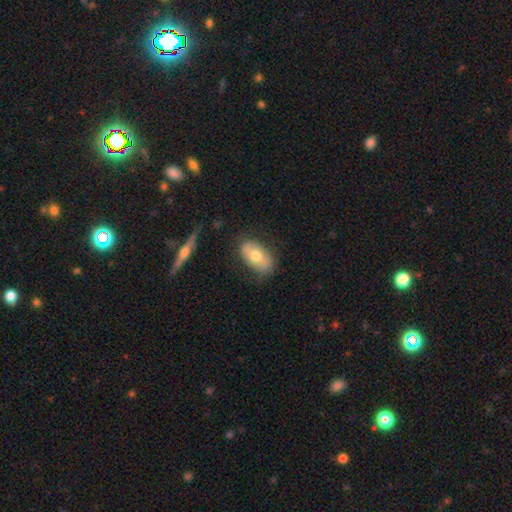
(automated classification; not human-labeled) This is likely a smooth galaxy (62%). How rounded: clearly in between (91%). Merging: likely none (74%).